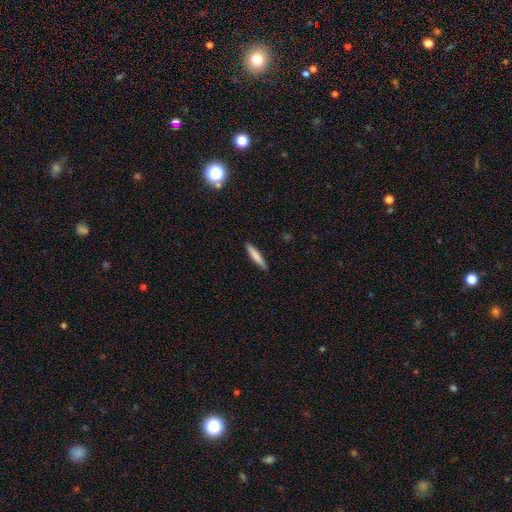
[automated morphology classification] Q: Smooth or featured?
A: smooth (78%); runner-up: featured or disk (16%)
Q: How rounded?
A: cigar-shaped (92%); runner-up: in between (6%)
Q: Merging?
A: none (90%); runner-up: minor disturbance (8%)